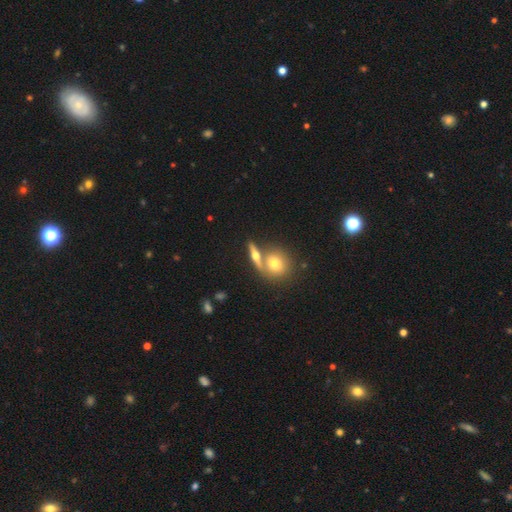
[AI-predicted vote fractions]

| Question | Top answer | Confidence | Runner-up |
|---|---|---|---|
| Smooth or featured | featured or disk | 55% | smooth (36%) |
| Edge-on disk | yes | 88% | no (12%) |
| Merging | none | 63% | merger (26%) |